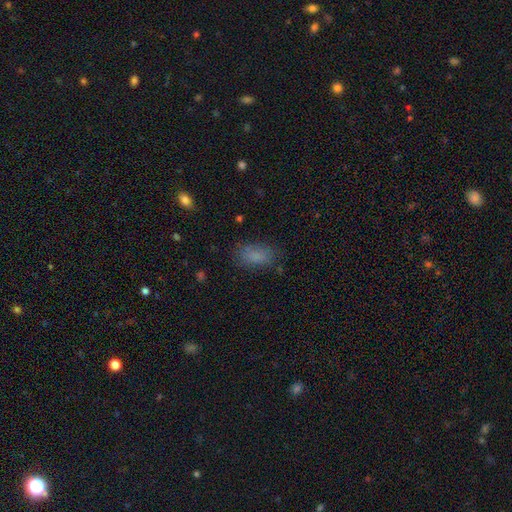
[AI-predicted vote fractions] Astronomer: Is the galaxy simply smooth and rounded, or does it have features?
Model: smooth — 82%.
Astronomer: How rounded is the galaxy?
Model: in between — 90%.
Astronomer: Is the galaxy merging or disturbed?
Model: none — 75%.